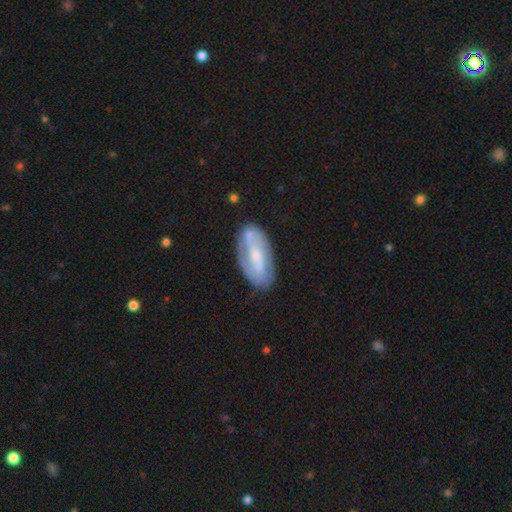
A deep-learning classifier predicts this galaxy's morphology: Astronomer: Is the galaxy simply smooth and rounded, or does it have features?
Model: featured or disk — 60%.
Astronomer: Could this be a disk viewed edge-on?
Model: no — 90%.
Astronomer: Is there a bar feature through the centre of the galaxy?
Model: no — 38% (runner-up: weak, 37%).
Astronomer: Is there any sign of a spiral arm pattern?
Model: yes — 60% (runner-up: no, 40%).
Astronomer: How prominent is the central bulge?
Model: small — 48% (runner-up: moderate, 41%).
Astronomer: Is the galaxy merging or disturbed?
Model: none — 73%.